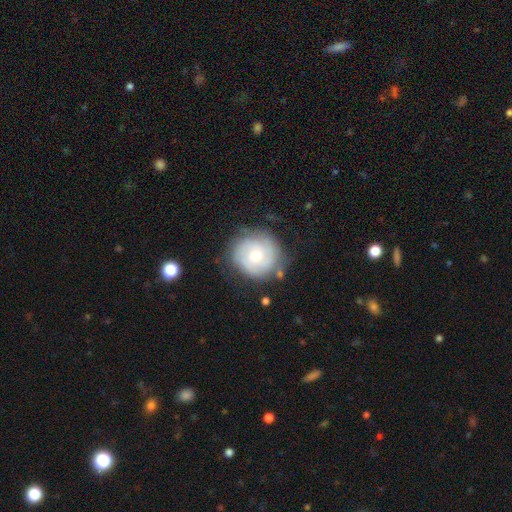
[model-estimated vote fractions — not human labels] A featured or disk galaxy (56%) with no bar (74%), spiral arms (78%) and a moderate central bulge (62%).

Vote fractions:
- Smooth or featured? featured or disk: 56% / smooth: 36% / star or artifact: 8%
- Edge-on disk? no: 97% / yes: 3%
- Bar? no: 74% / weak: 23% / strong: 3%
- Spiral arms? yes: 78% / no: 22%
- Bulge size? moderate: 62% / small: 31% / large: 5% / none: 1% / dominant: 1%
- Merging? none: 73% / minor disturbance: 18% / major disturbance: 6% / merger: 2%